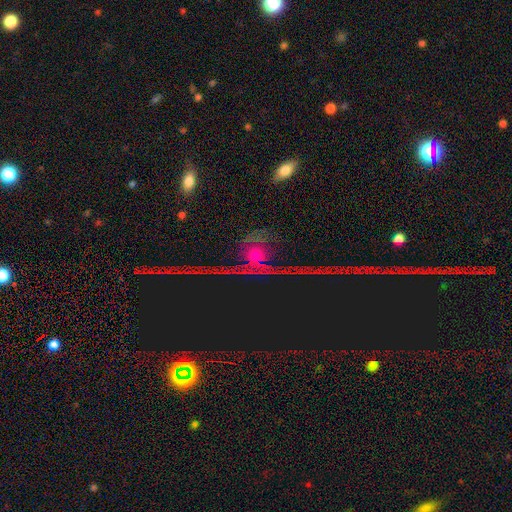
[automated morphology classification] Q: Smooth or featured?
A: featured or disk (44%); runner-up: star or artifact (38%)
Q: Merging?
A: none (61%); runner-up: major disturbance (18%)